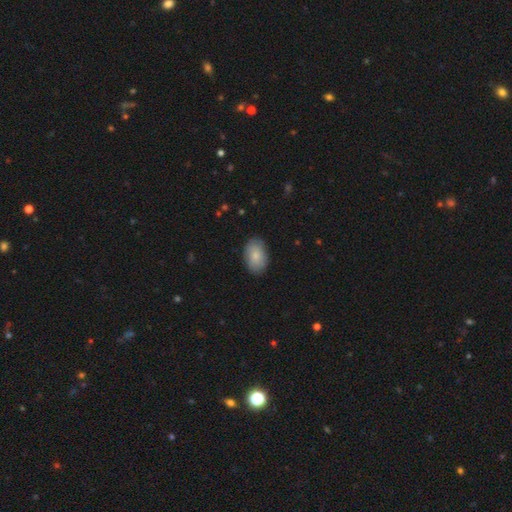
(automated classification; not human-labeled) Q: Smooth or featured?
A: smooth (82%); runner-up: featured or disk (11%)
Q: How rounded?
A: in between (89%); runner-up: round (10%)
Q: Merging?
A: none (84%); runner-up: minor disturbance (12%)